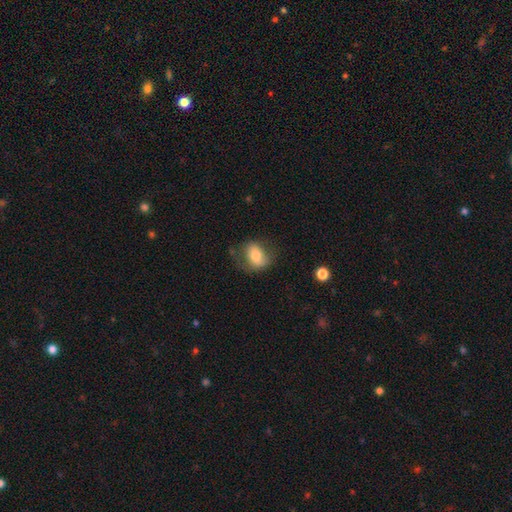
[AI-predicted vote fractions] A smooth galaxy with no disk features (68%) that is in between round and cigar-shaped (71%). Merging: none (59%).